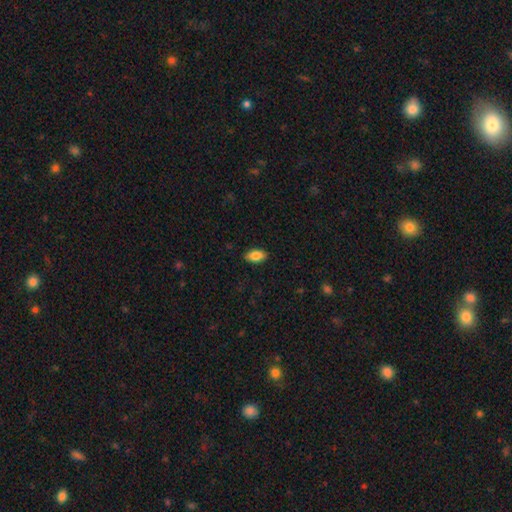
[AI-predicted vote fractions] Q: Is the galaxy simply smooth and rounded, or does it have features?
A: smooth — 83%.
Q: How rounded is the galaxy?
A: in between — 92%.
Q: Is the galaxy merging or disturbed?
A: none — 88%.